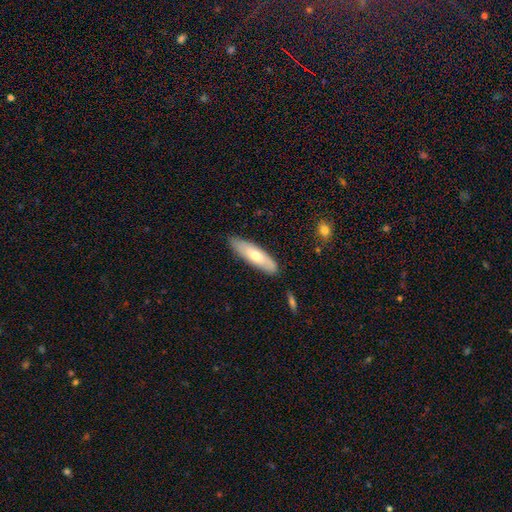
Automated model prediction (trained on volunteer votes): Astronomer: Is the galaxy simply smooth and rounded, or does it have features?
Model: smooth — 60% (runner-up: featured or disk, 35%).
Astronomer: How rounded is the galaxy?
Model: cigar-shaped — 58% (runner-up: in between, 40%).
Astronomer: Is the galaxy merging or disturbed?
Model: none — 81%.